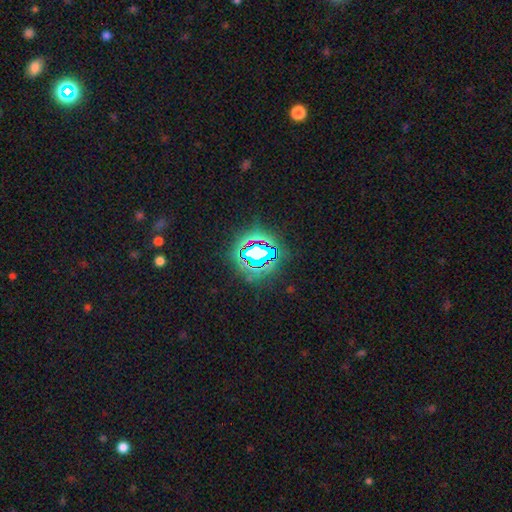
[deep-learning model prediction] smooth-or-featured: star or artifact: 69% | smooth: 19% | featured or disk: 12%